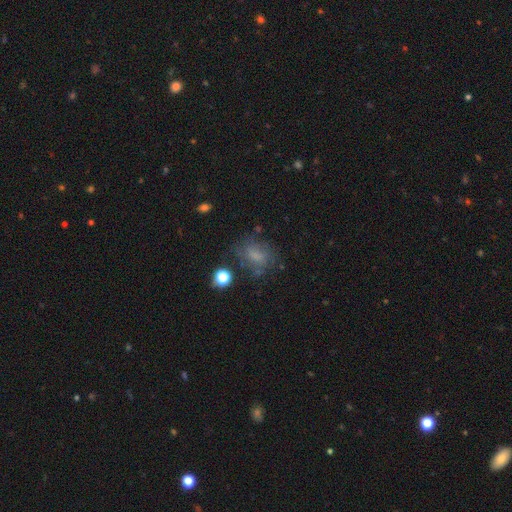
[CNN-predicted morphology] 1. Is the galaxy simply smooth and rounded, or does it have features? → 57% smooth, 26% featured or disk, 18% star or artifact.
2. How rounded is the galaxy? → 63% in between, 34% round, 3% cigar-shaped.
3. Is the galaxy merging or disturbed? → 57% none, 22% minor disturbance, 16% major disturbance, 5% merger.